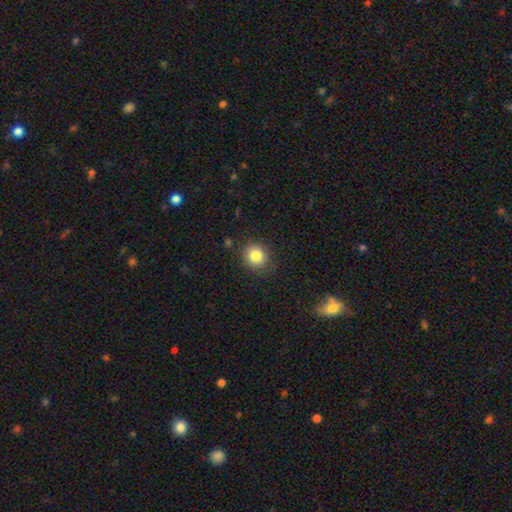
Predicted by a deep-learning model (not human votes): Smooth or featured?
  - smooth: 83% *
  - star or artifact: 11%
  - featured or disk: 6%
How rounded?
  - round: 79% *
  - in between: 20%
  - cigar-shaped: 1%
Merging?
  - none: 85% *
  - minor disturbance: 10%
  - major disturbance: 3%
  - merger: 2%